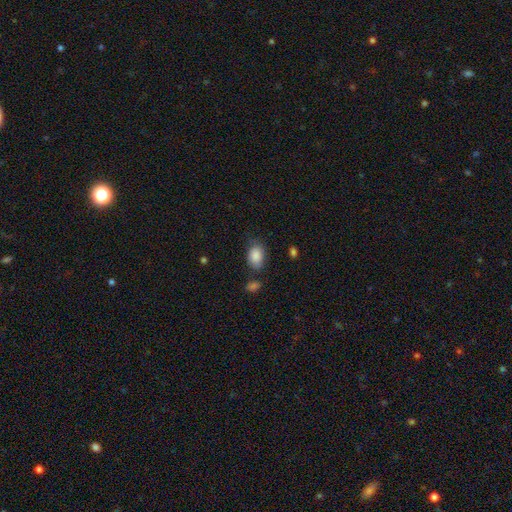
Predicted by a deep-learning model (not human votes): Smooth or featured? smooth (87%)
How rounded? in between (83%)
Merging? none (66%)